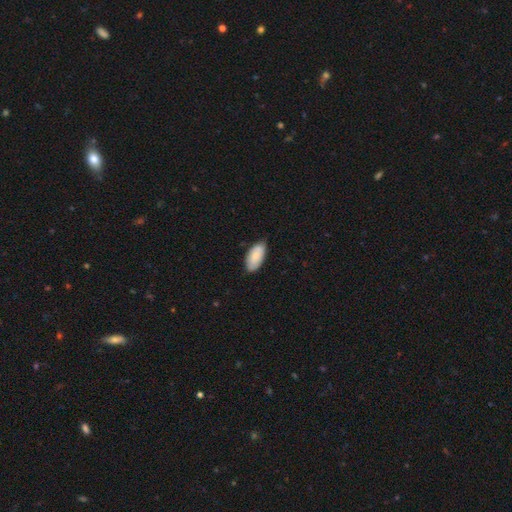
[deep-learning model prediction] A smooth galaxy with no disk features (82%) that is in between round and cigar-shaped (94%).

Vote fractions:
- Smooth or featured? smooth: 82% / featured or disk: 12% / star or artifact: 6%
- How rounded? in between: 94% / cigar-shaped: 4% / round: 2%
- Merging? none: 75% / minor disturbance: 22% / major disturbance: 3% / merger: 1%